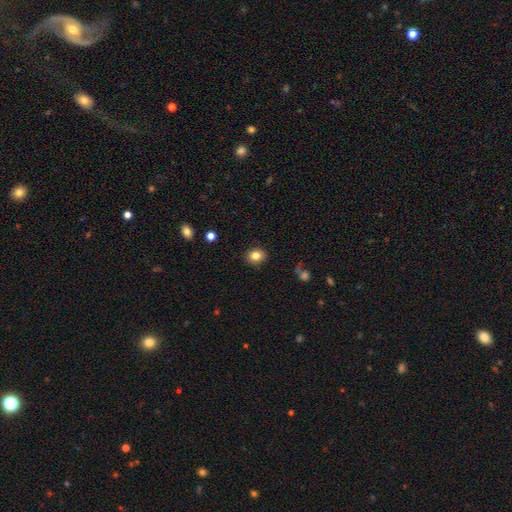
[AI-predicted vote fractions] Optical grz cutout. It shows a smooth galaxy with no disk features (83%) that is round (62%). Merging: none (88%).